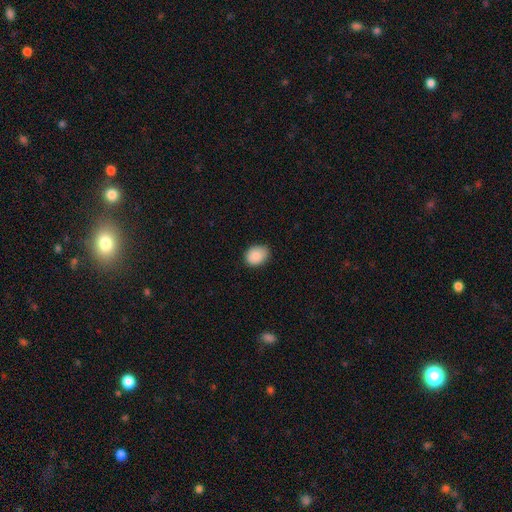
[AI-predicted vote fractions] Smooth or featured? Predicted: smooth (p=0.88). How rounded? Predicted: in between (p=0.57). Merging? Predicted: none (p=0.84).